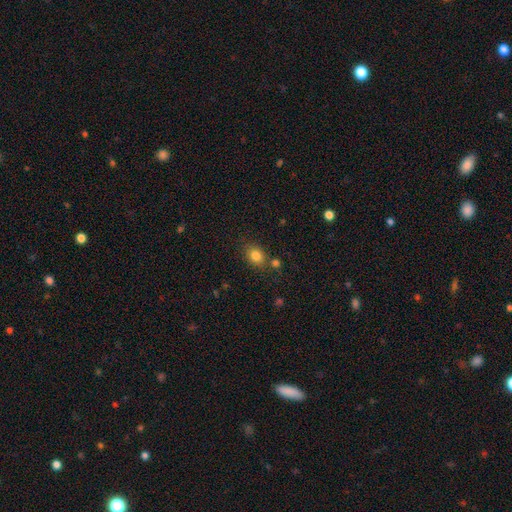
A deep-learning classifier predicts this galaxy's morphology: Smooth or featured? smooth (83%)
How rounded? in between (58%)
Merging? none (74%)